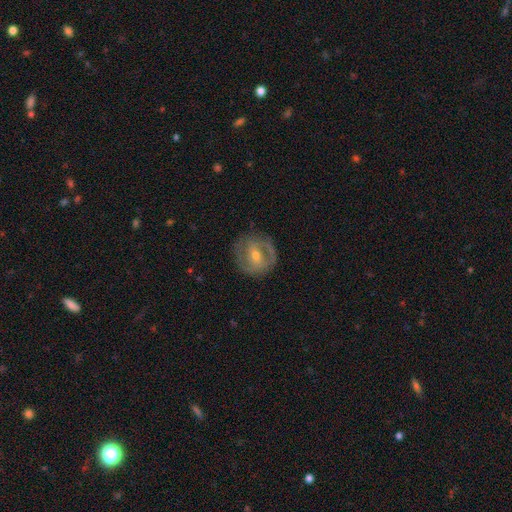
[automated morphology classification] The model was most divided on "spiral winding": tight: 46%, medium: 40%, loose: 14%. Remaining: edge-on disk — no (96%); merging — none (78%); smooth or featured — featured or disk (74%); spiral arms — yes (74%); spiral arm count — 2 (69%); bulge size — moderate (51%); bar — weak (43%).